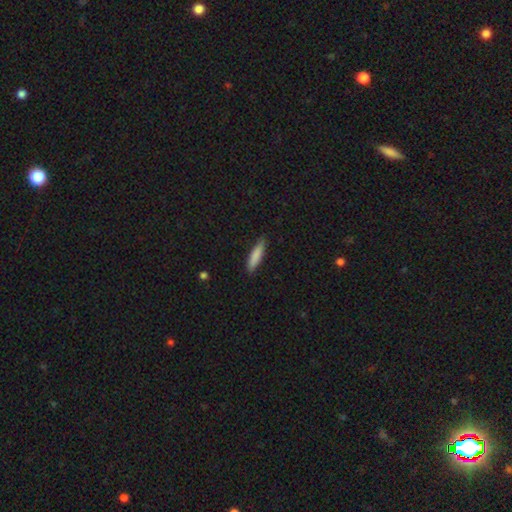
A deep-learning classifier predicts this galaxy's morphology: This appears to be a smooth galaxy with no disk features (84%) that is cigar-shaped (76%). Merging: none (84%).